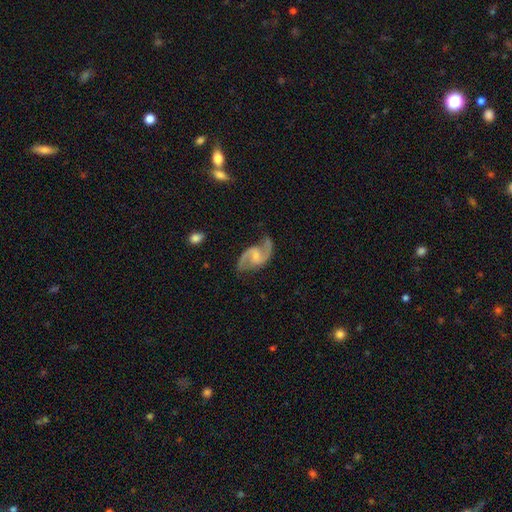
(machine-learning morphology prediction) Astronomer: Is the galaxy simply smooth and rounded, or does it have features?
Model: featured or disk — 91%.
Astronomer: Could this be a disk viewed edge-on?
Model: no — 98%.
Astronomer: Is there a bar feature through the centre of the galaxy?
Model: weak — 50% (runner-up: no, 37%).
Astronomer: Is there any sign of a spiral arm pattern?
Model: yes — 97%.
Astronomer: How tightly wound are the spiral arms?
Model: medium — 49% (runner-up: loose, 43%).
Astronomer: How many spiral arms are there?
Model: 2 — 94%.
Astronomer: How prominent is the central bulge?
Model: small — 49% (runner-up: moderate, 29%).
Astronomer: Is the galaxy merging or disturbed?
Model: none — 76%.